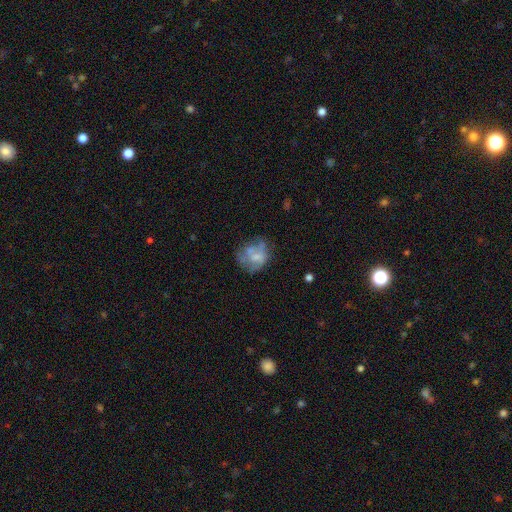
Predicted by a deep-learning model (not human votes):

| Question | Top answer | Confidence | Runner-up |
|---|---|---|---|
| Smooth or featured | smooth | 45% | tied: featured or disk (45%) |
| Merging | none | 43% | minor disturbance (24%) |